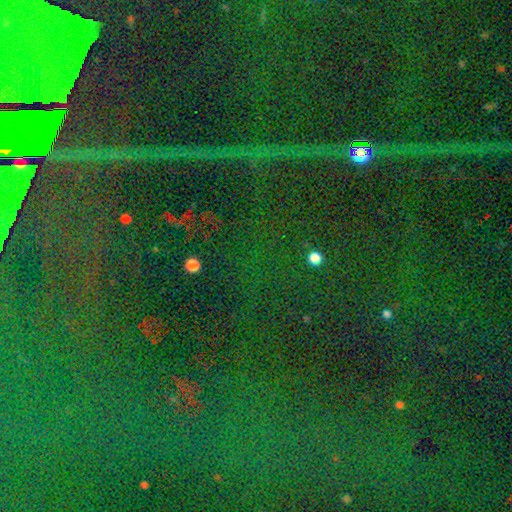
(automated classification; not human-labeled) Overall: star or artifact (83%).